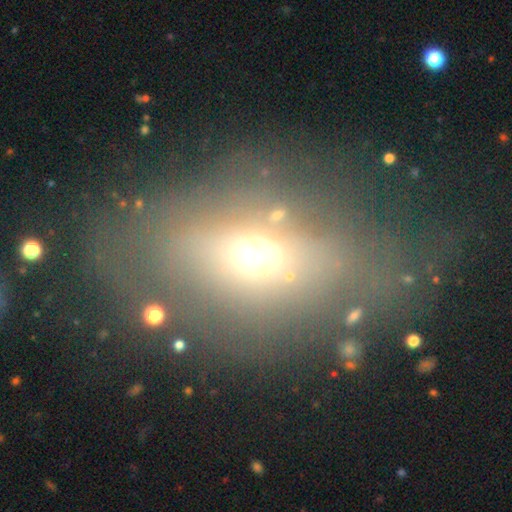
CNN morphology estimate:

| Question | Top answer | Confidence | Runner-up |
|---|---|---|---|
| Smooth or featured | smooth | 51% | featured or disk (27%) |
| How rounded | in between | 65% | round (29%) |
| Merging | none | 56% | major disturbance (20%) |